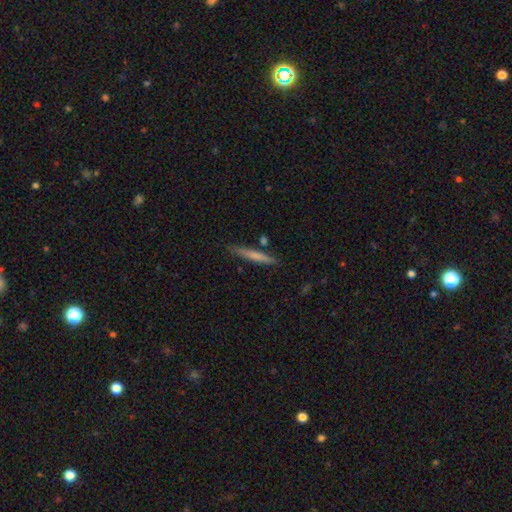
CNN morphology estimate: Smooth or featured? Predicted: smooth (p=0.66). How rounded? Predicted: cigar-shaped (p=0.95). Merging? Predicted: none (p=0.83).